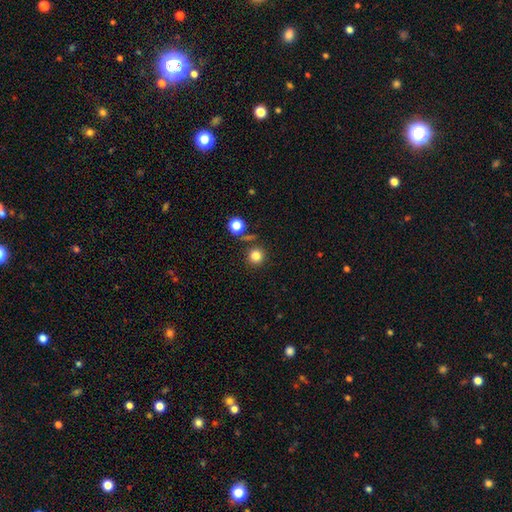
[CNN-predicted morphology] smooth 81%, star or artifact 14%, featured or disk 6%. Down the decision tree: how rounded — round (94%); merging — none (81%).